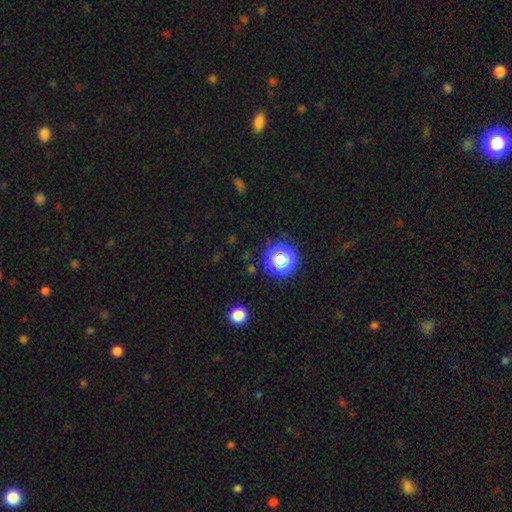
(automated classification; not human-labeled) This is likely a star or artifact rather than a galaxy (61%).